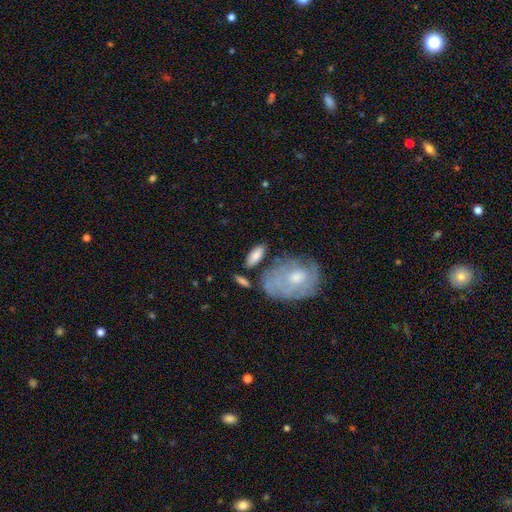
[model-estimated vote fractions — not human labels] Smooth or featured? smooth (78%)
How rounded? in between (84%)
Merging? none (69%)